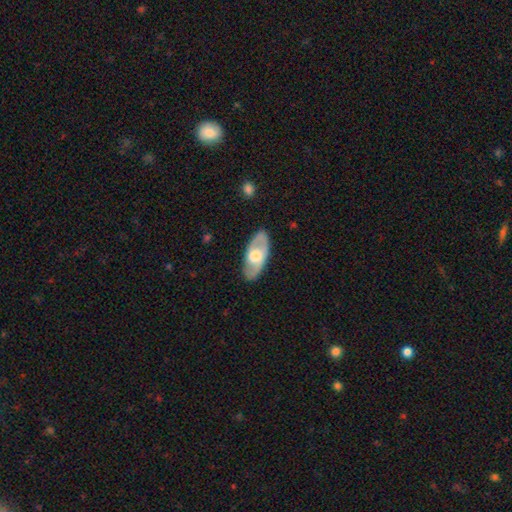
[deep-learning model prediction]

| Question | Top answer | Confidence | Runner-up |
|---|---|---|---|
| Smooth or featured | featured or disk | 58% | smooth (37%) |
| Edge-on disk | no | 81% | yes (19%) |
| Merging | none | 85% | minor disturbance (11%) |